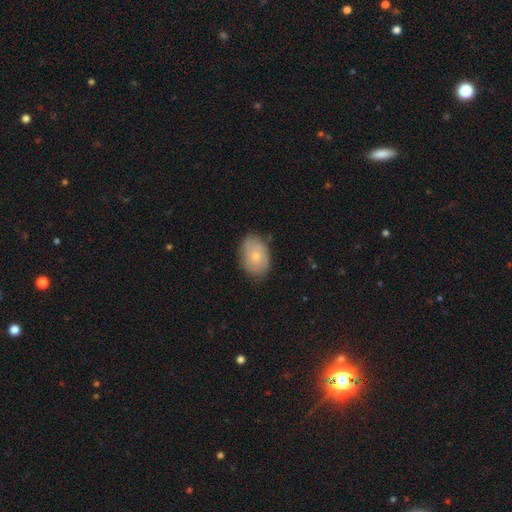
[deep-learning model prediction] This is possibly a smooth galaxy (49%). Merging: likely none (76%).